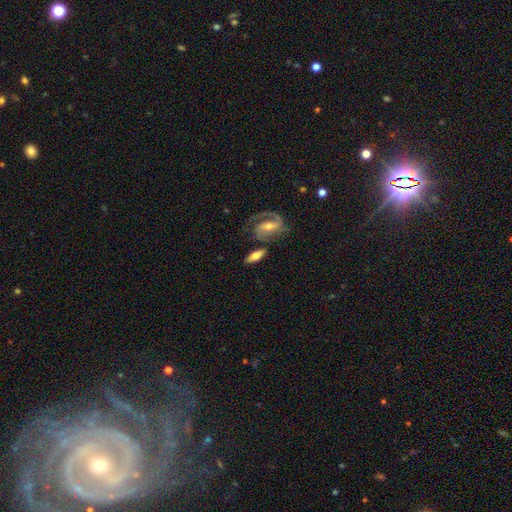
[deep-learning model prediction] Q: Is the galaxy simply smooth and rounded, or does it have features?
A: smooth — 48%.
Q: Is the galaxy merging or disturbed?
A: none — 66%.